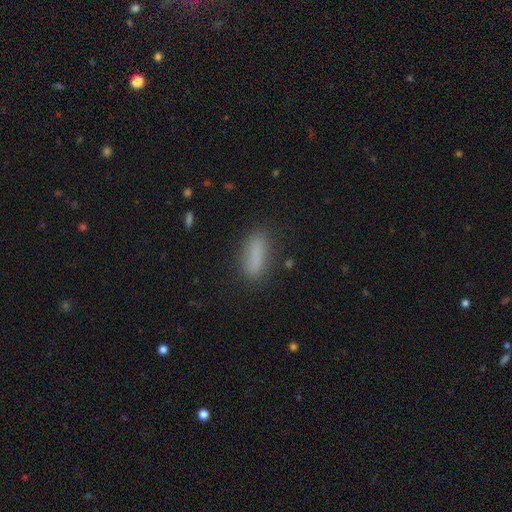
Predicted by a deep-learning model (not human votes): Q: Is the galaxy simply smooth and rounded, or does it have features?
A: smooth — 82%.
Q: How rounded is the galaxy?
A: cigar-shaped — 57%.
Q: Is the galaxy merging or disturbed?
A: none — 83%.